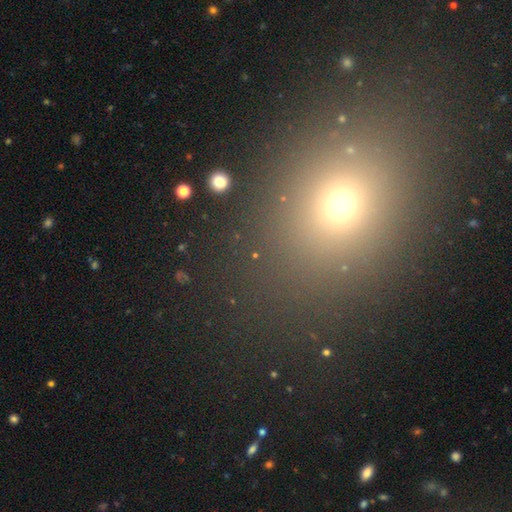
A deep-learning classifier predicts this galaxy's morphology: A smooth galaxy with no disk features (48%). Merging: none (85%).